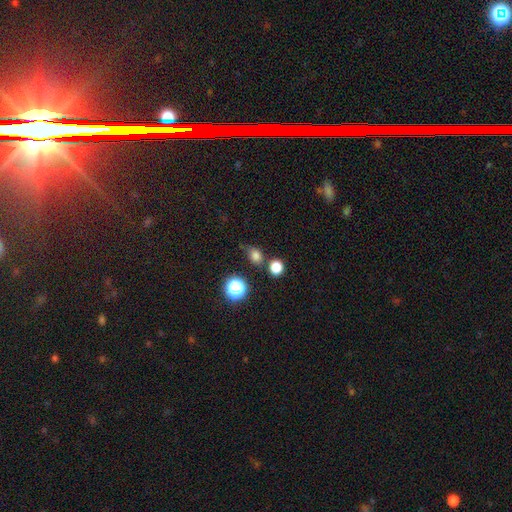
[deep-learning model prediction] Overall: smooth (77%). How rounded: round (54%; in between 44%). Merging: none (62%).